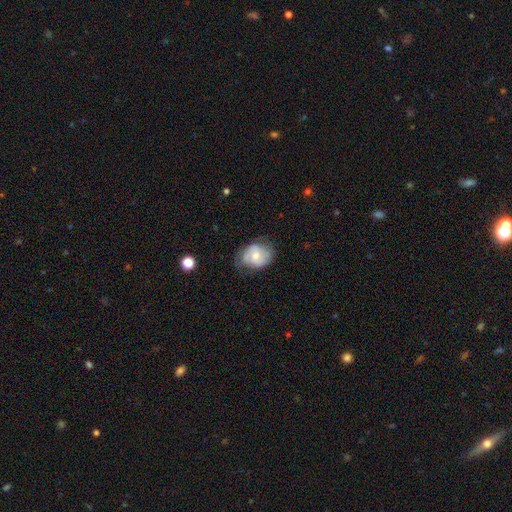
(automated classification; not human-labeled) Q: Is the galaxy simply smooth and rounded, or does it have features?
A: featured or disk — 47%.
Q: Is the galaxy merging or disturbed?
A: none — 58%.